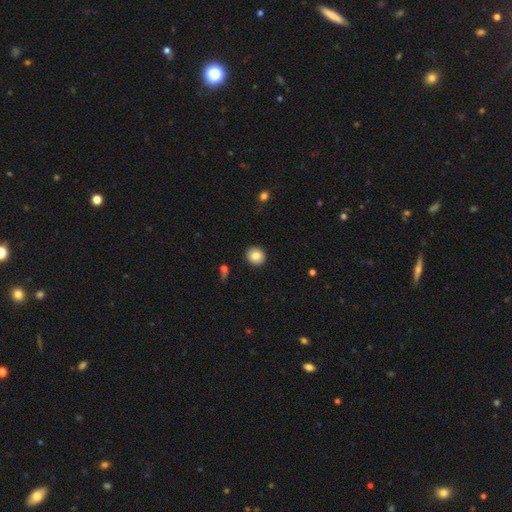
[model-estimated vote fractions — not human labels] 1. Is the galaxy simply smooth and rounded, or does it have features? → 83% smooth, 9% star or artifact, 8% featured or disk.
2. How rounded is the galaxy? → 88% round, 11% in between, 1% cigar-shaped.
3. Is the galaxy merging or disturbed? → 92% none, 6% minor disturbance, 2% major disturbance, 1% merger.